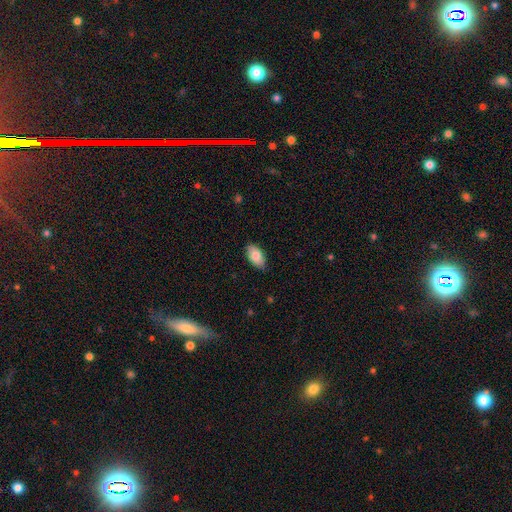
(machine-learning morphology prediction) Q: Smooth or featured?
A: smooth (82%); runner-up: featured or disk (12%)
Q: How rounded?
A: in between (94%); runner-up: round (3%)
Q: Merging?
A: none (82%); runner-up: minor disturbance (15%)